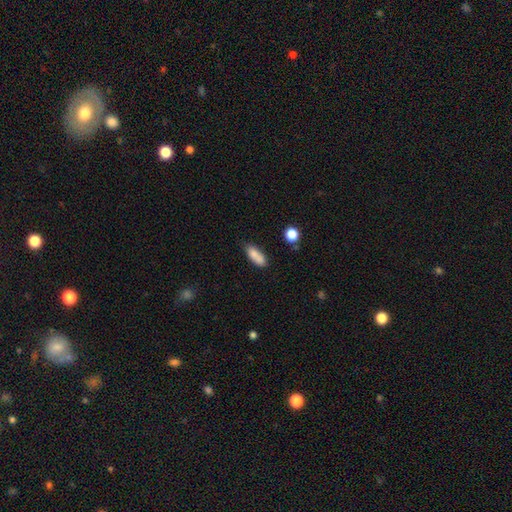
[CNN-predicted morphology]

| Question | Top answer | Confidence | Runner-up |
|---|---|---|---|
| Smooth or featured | smooth | 81% | featured or disk (11%) |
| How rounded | in between | 70% | cigar-shaped (27%) |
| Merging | none | 60% | minor disturbance (21%) |